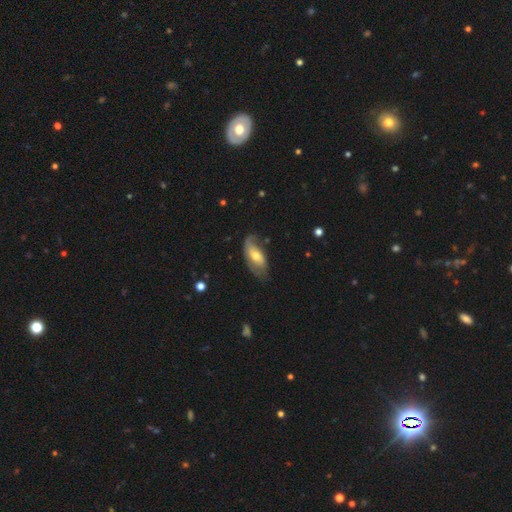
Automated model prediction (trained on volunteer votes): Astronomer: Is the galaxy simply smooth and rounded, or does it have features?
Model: featured or disk — 55% (runner-up: smooth, 39%).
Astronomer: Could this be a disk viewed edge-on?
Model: no — 88%.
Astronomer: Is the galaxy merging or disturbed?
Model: none — 53% (runner-up: minor disturbance, 31%).